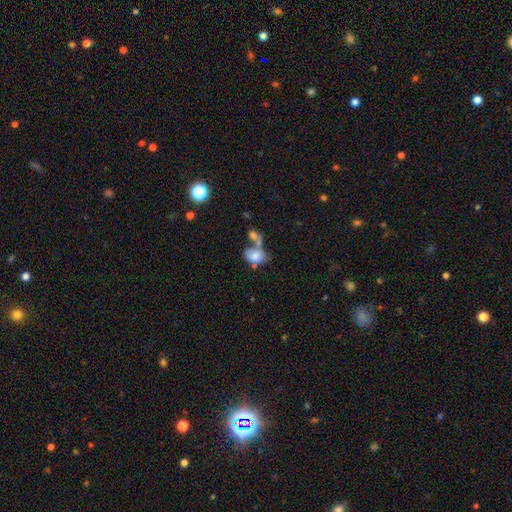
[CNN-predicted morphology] Overall: smooth (70%). How rounded: in between (80%). Merging: merger (49%; none 25%).